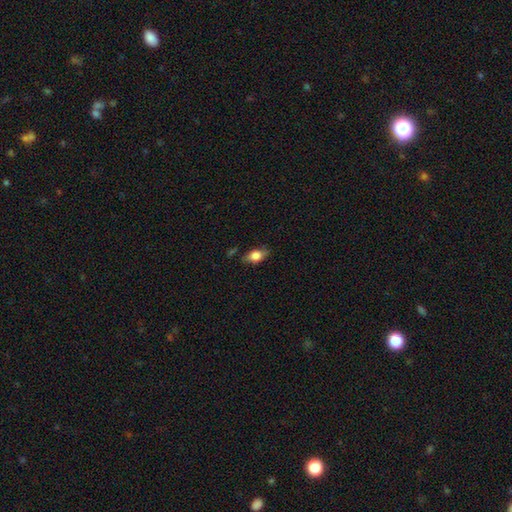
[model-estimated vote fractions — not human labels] This appears to be a smooth galaxy with no disk features (74%) that is in between round and cigar-shaped (81%). Merging: none (74%).